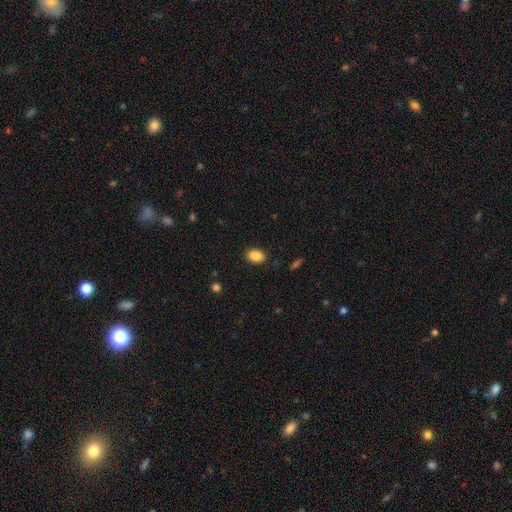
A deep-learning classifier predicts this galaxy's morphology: A smooth galaxy with no disk features (88%) that is in between round and cigar-shaped (78%). Merging: none (88%).